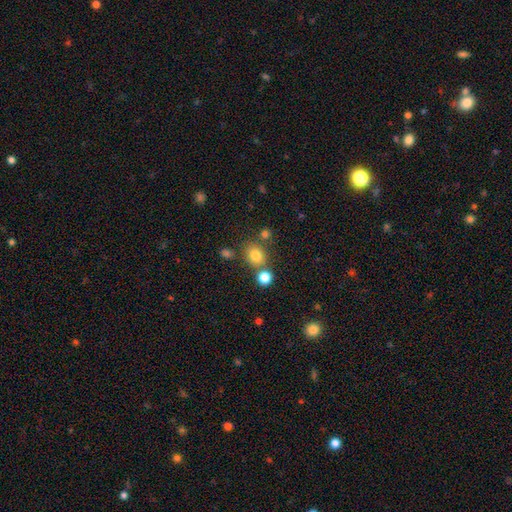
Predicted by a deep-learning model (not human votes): Overall: smooth (79%). How rounded: round (66%; in between 33%). Merging: none (67%).